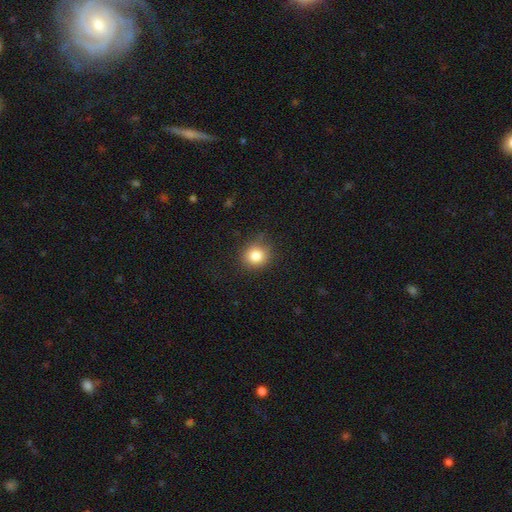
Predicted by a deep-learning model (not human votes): smooth 83%, star or artifact 11%, featured or disk 6%. Down the decision tree: how rounded — round (81%); merging — none (78%).